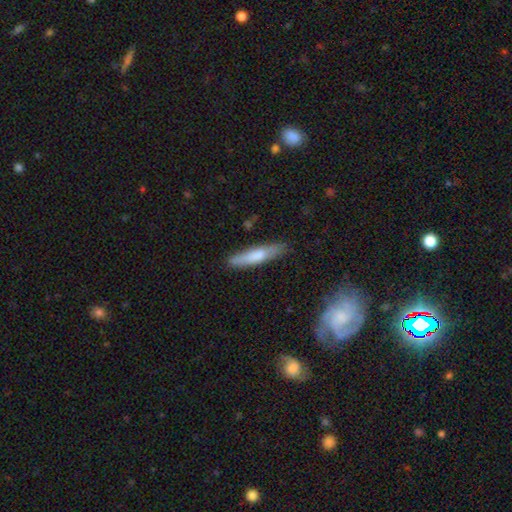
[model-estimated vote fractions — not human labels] smooth-or-featured: smooth: 69% | featured or disk: 26% | star or artifact: 6%
  how-rounded: cigar-shaped: 86% | in between: 12% | round: 1%
  merging: none: 83% | minor disturbance: 13% | major disturbance: 2% | merger: 2%